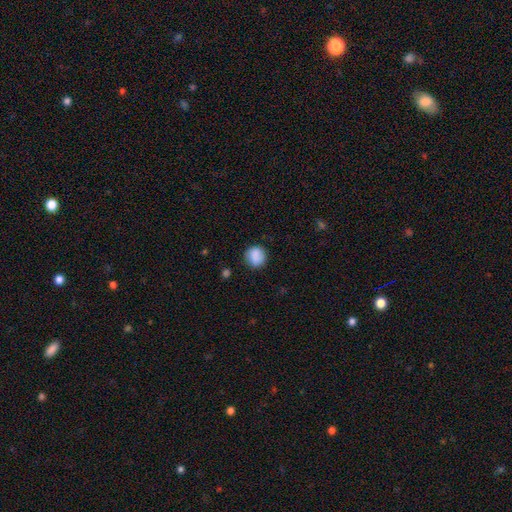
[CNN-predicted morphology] Overall: smooth (86%). How rounded: round (84%). Merging: none (79%).